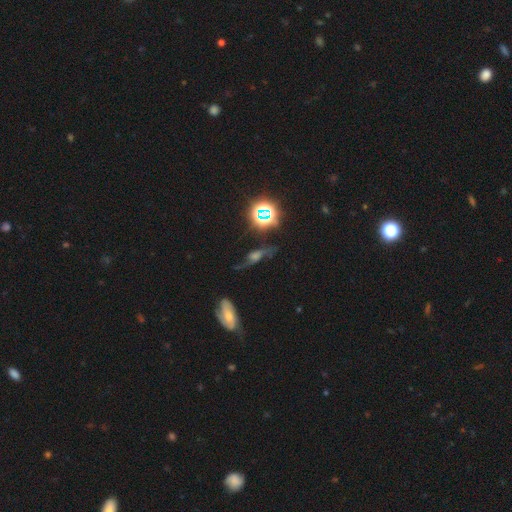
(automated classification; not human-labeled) Overall: featured or disk (45%; star or artifact 35%). Merging: none (59%; minor disturbance 20%).